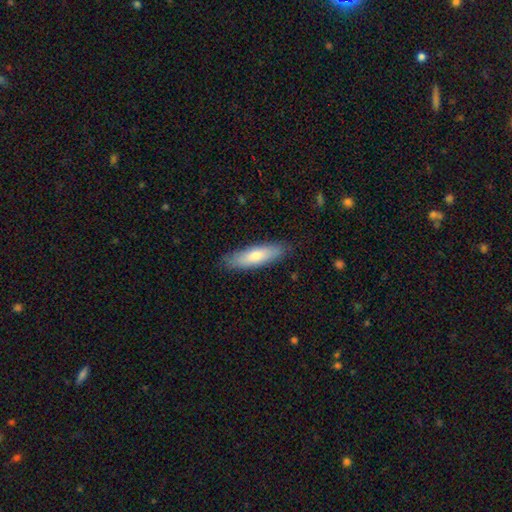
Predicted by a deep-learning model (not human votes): Smooth or featured?
  - smooth: 69% *
  - featured or disk: 25%
  - star or artifact: 6%
How rounded?
  - cigar-shaped: 67% *
  - in between: 32%
  - round: 2%
Merging?
  - none: 88% *
  - minor disturbance: 10%
  - major disturbance: 2%
  - merger: 1%